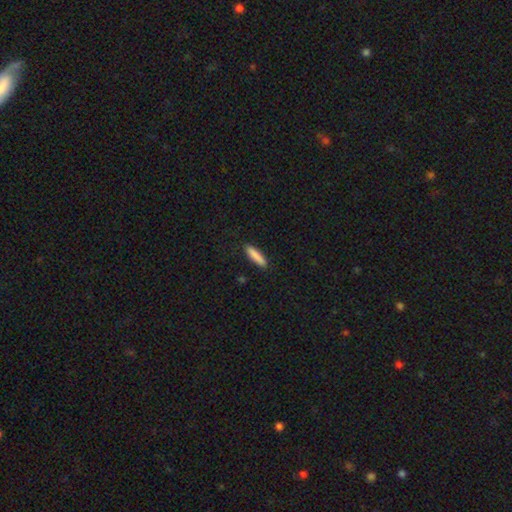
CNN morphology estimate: A smooth galaxy with no disk features (87%) that is cigar-shaped (81%).

Vote fractions:
- Smooth or featured? smooth: 87% / featured or disk: 7% / star or artifact: 6%
- How rounded? cigar-shaped: 81% / in between: 17% / round: 1%
- Merging? none: 90% / minor disturbance: 7% / major disturbance: 2% / merger: 1%